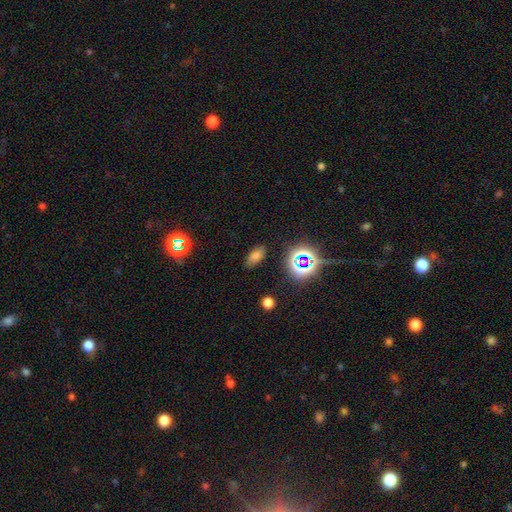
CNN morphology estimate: This appears to be a smooth galaxy with no disk features (68%) that is in between round and cigar-shaped (89%). Merging: none (85%).